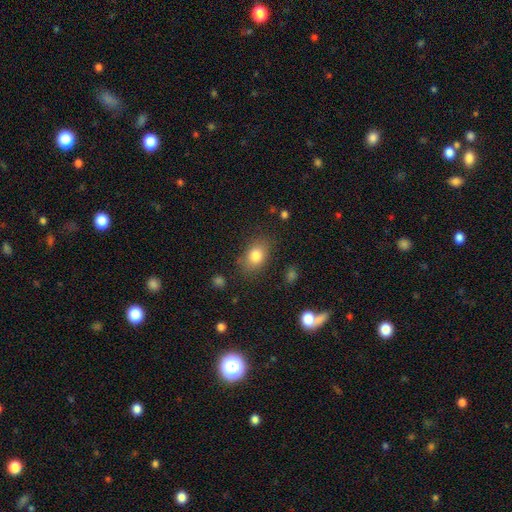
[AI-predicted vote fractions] smooth 81%, star or artifact 10%, featured or disk 9%. Down the decision tree: how rounded — in between (75%); merging — none (79%).